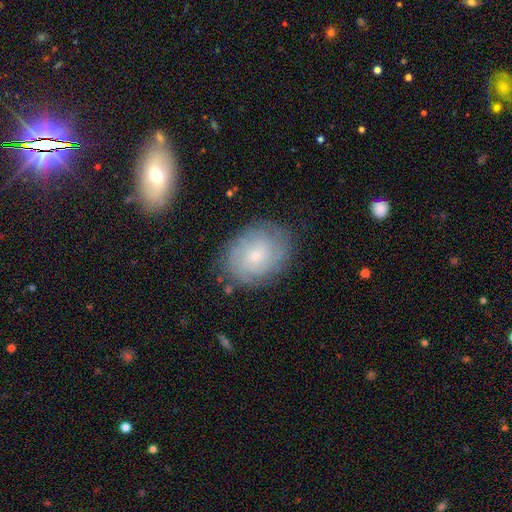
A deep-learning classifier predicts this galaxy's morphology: type=featured or disk (63%); edge-on=no (96%); bar=no (79%); spiral arms=yes (88%); winding=tight (73%); arm count=can't tell (53%); bulge=small (75%); merging=none (79%).